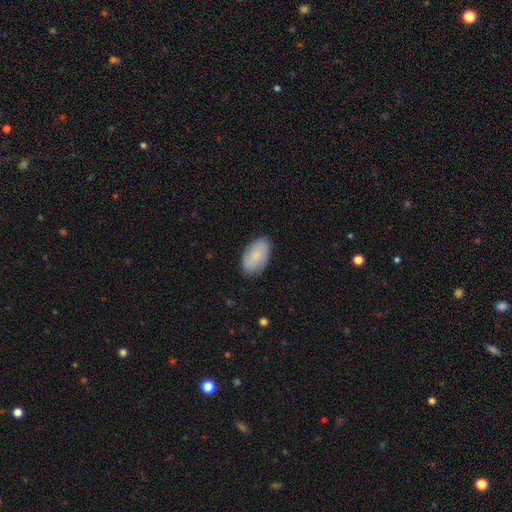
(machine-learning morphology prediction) Smooth or featured?
  - smooth: 81% *
  - featured or disk: 12%
  - star or artifact: 6%
How rounded?
  - in between: 94% *
  - round: 4%
  - cigar-shaped: 1%
Merging?
  - none: 84% *
  - minor disturbance: 12%
  - major disturbance: 3%
  - merger: 1%